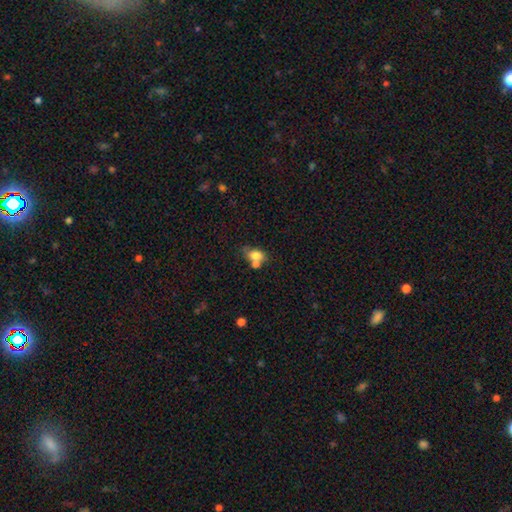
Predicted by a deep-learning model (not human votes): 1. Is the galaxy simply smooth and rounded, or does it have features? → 76% smooth, 14% featured or disk, 10% star or artifact.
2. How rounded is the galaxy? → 77% in between, 20% round, 2% cigar-shaped.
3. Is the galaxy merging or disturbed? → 41% merger, 38% none, 14% minor disturbance, 7% major disturbance.